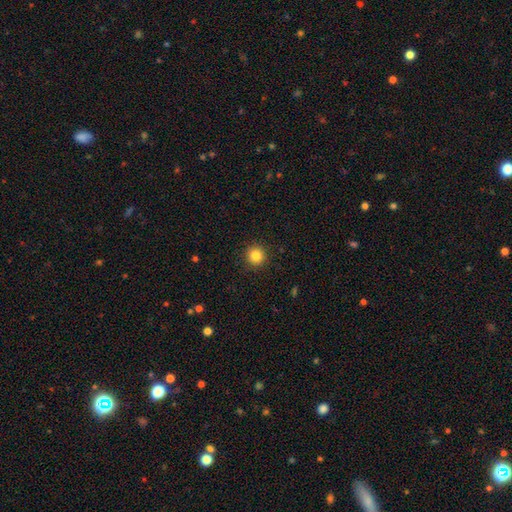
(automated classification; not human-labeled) smooth_or_featured: smooth (p=0.84) [alt: star or artifact p=0.11]
how_rounded: round (p=0.95) [alt: in between p=0.04]
merging: none (p=0.92) [alt: minor disturbance p=0.05]